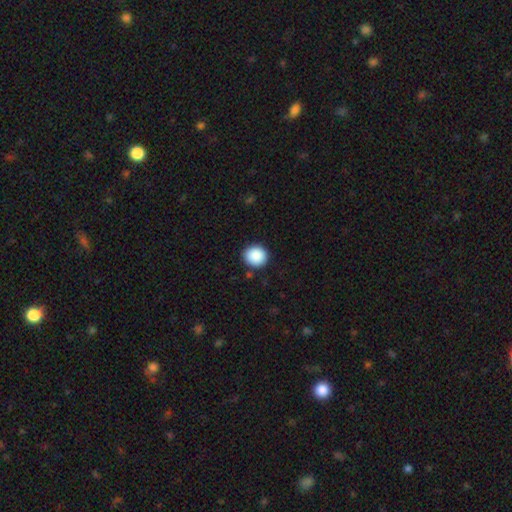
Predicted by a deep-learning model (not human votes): Smooth or featured? smooth (89%)
How rounded? round (88%)
Merging? none (90%)